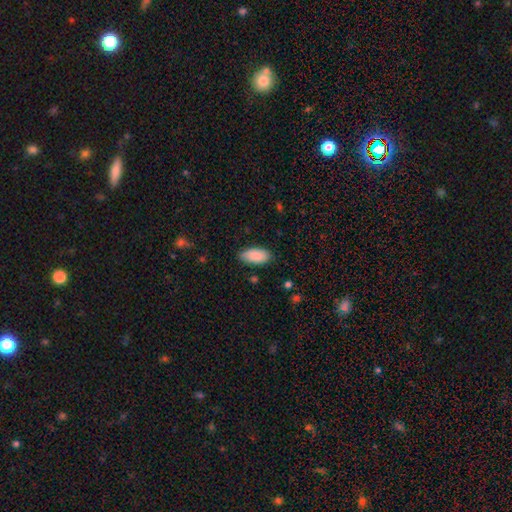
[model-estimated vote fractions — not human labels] Smooth or featured?
  - smooth: 88% *
  - star or artifact: 6%
  - featured or disk: 6%
How rounded?
  - in between: 93% *
  - cigar-shaped: 6%
  - round: 2%
Merging?
  - none: 83% *
  - minor disturbance: 13%
  - major disturbance: 2%
  - merger: 1%